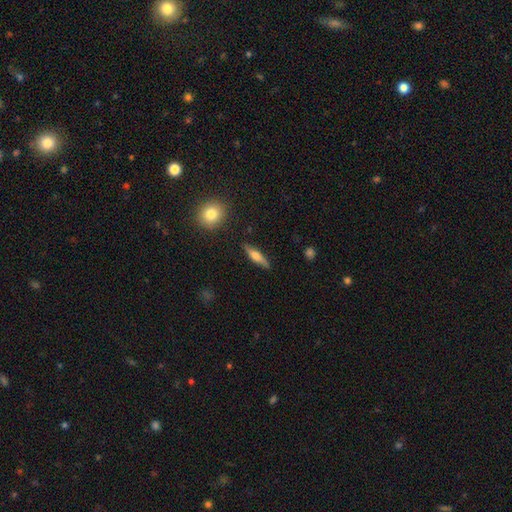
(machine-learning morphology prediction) Smooth or featured?
  - smooth: 49% *
  - featured or disk: 45%
  - star or artifact: 6%
Merging?
  - none: 87% *
  - minor disturbance: 9%
  - major disturbance: 2%
  - merger: 2%